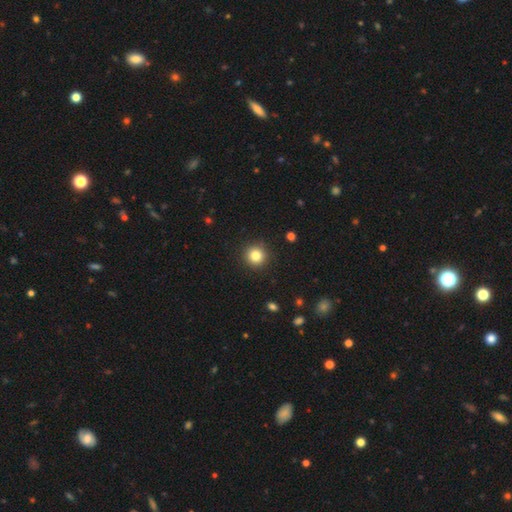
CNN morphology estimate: A smooth galaxy with no disk features (83%) that is round (95%).

Vote fractions:
- Smooth or featured? smooth: 83% / star or artifact: 11% / featured or disk: 6%
- How rounded? round: 95% / in between: 4% / cigar-shaped: 1%
- Merging? none: 92% / minor disturbance: 5% / major disturbance: 2% / merger: 1%